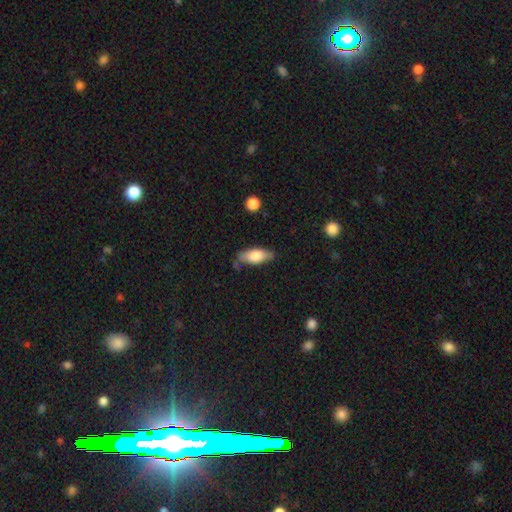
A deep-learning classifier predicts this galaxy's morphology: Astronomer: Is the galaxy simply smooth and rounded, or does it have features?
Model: smooth — 75%.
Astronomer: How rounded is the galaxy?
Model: in between — 79%.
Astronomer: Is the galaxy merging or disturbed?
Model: none — 70%.